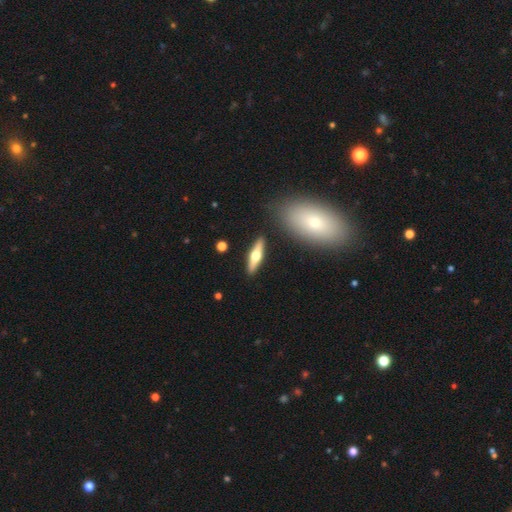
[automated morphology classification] featured or disk 58%, smooth 37%, star or artifact 5%. Down the decision tree: edge-on disk — yes (94%); edge-on bulge — rounded (95%); merging — none (89%).